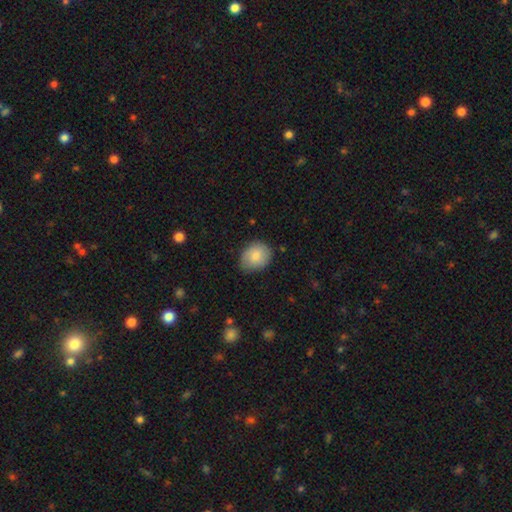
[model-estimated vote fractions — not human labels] A smooth galaxy with no disk features (82%) that is round (52%).

Vote fractions:
- Smooth or featured? smooth: 82% / featured or disk: 11% / star or artifact: 7%
- How rounded? round: 52% / in between: 47% / cigar-shaped: 1%
- Merging? none: 74% / minor disturbance: 21% / major disturbance: 4% / merger: 1%